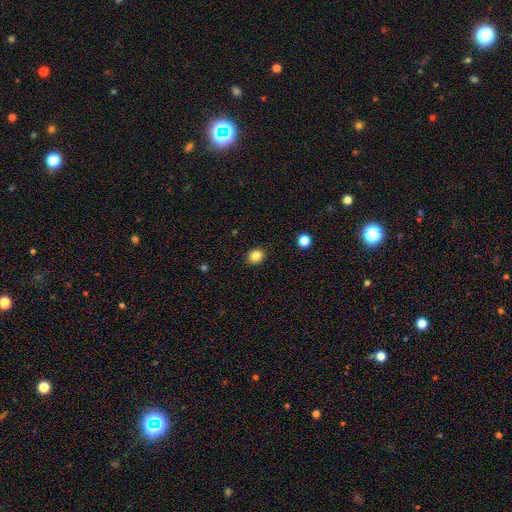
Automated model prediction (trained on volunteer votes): A smooth galaxy with no disk features (83%) that is round (73%).

Vote fractions:
- Smooth or featured? smooth: 83% / star or artifact: 11% / featured or disk: 5%
- How rounded? round: 73% / in between: 26% / cigar-shaped: 1%
- Merging? none: 91% / minor disturbance: 7% / major disturbance: 2% / merger: 1%